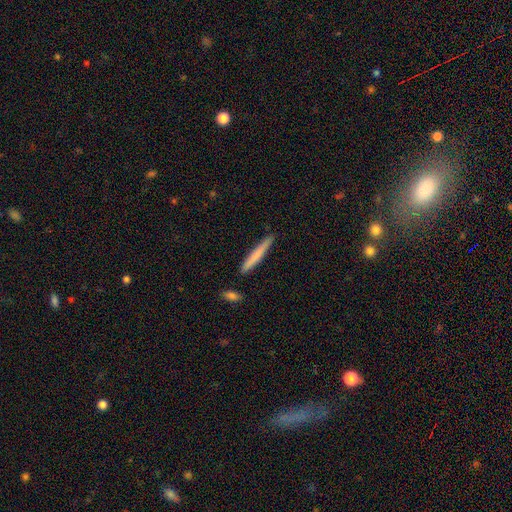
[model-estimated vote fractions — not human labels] A smooth galaxy with no disk features (71%) that is cigar-shaped (96%).

Vote fractions:
- Smooth or featured? smooth: 71% / featured or disk: 23% / star or artifact: 5%
- How rounded? cigar-shaped: 96% / in between: 3% / round: 1%
- Merging? none: 87% / minor disturbance: 9% / merger: 2% / major disturbance: 2%